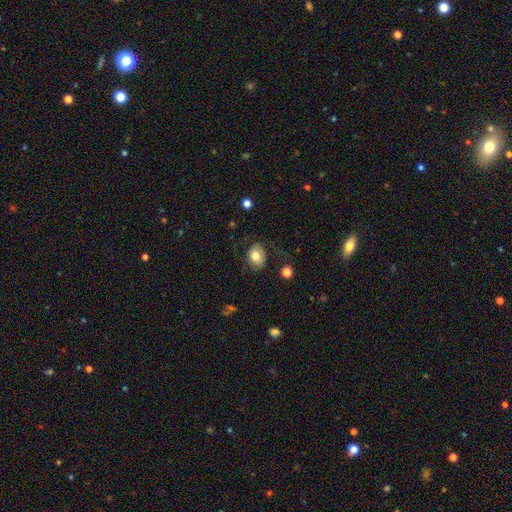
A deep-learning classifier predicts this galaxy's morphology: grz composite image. It shows a smooth galaxy with no disk features (74%) that is in between round and cigar-shaped (59%). Merging: none (67%).